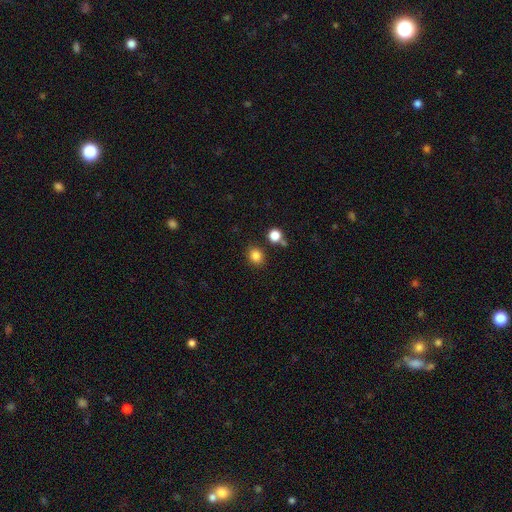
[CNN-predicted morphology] This appears to be a smooth galaxy with no disk features (84%) that is round (70%). Merging: none (82%).